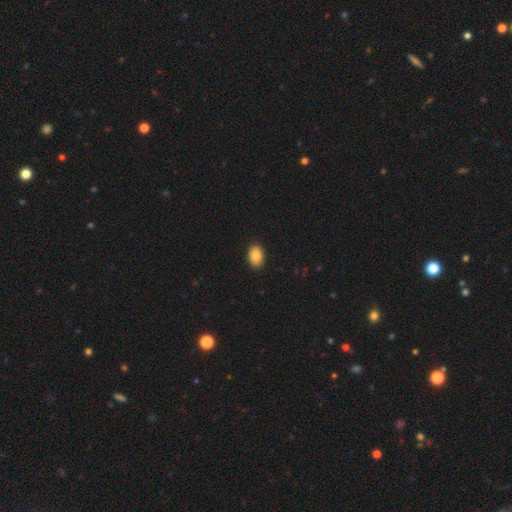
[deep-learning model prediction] smooth-or-featured: smooth: 86% | star or artifact: 8% | featured or disk: 6%
  how-rounded: in between: 87% | round: 12% | cigar-shaped: 1%
  merging: none: 90% | minor disturbance: 7% | major disturbance: 2% | merger: 1%